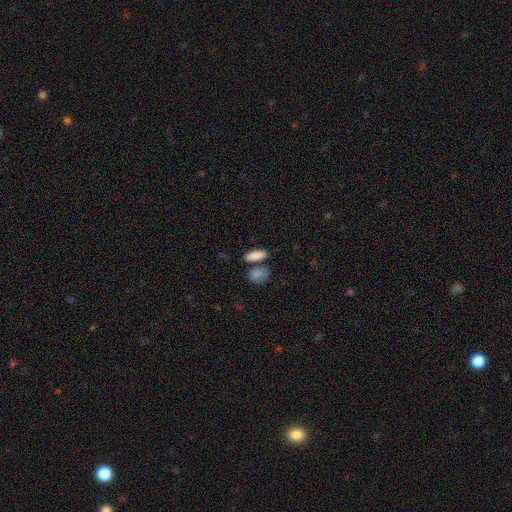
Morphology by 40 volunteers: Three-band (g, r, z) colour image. It shows a smooth galaxy with no disk features (92%) that is in between round and cigar-shaped (68%). Merging: none (82%).